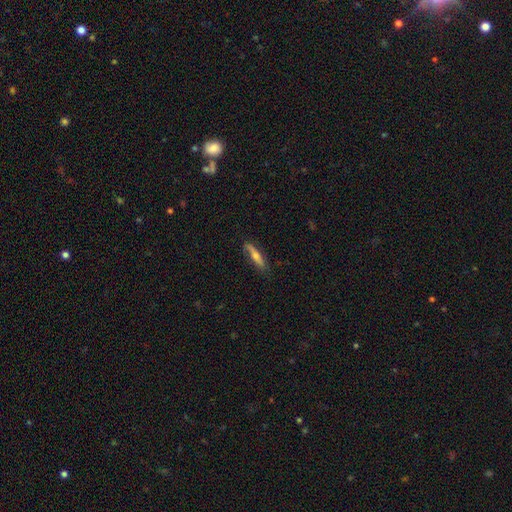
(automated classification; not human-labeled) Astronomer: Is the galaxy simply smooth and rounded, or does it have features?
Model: featured or disk — 49% (runner-up: smooth, 45%).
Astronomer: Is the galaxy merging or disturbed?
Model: none — 76%.